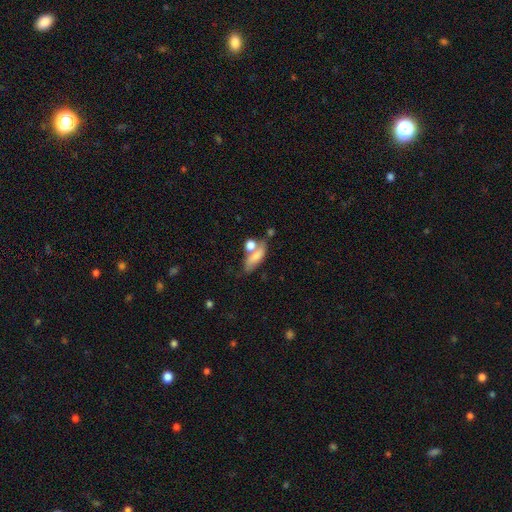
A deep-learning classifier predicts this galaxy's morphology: A smooth galaxy with no disk features (71%) that is in between round and cigar-shaped (69%).

Vote fractions:
- Smooth or featured? smooth: 71% / featured or disk: 20% / star or artifact: 9%
- How rounded? in between: 69% / cigar-shaped: 23% / round: 8%
- Merging? none: 37% / merger: 33% / minor disturbance: 18% / major disturbance: 11%